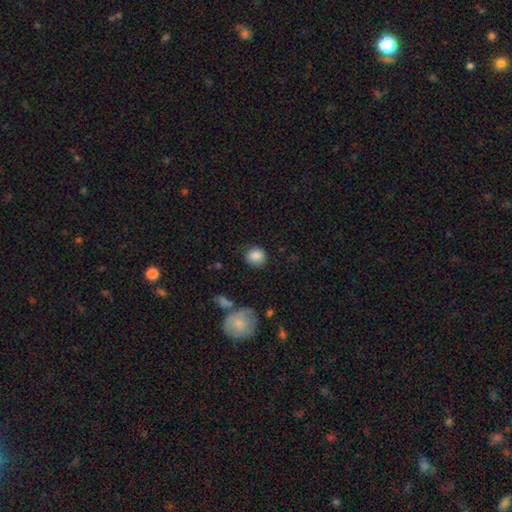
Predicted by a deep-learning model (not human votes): smooth_or_featured: smooth (p=0.87) [alt: star or artifact p=0.08]
how_rounded: round (p=0.80) [alt: in between p=0.19]
merging: none (p=0.78) [alt: minor disturbance p=0.15]